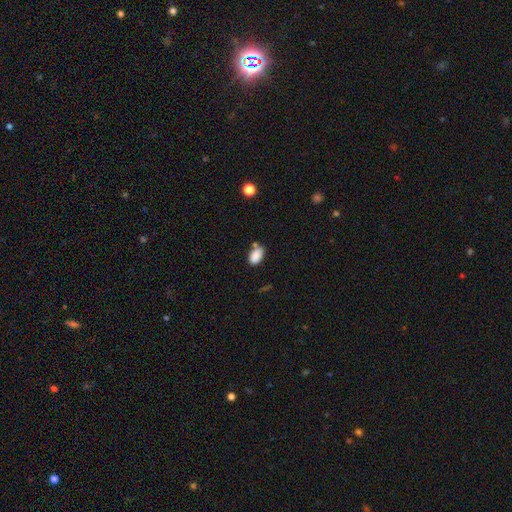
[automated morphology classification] Overall: smooth (87%). How rounded: in between (91%). Merging: none (65%).